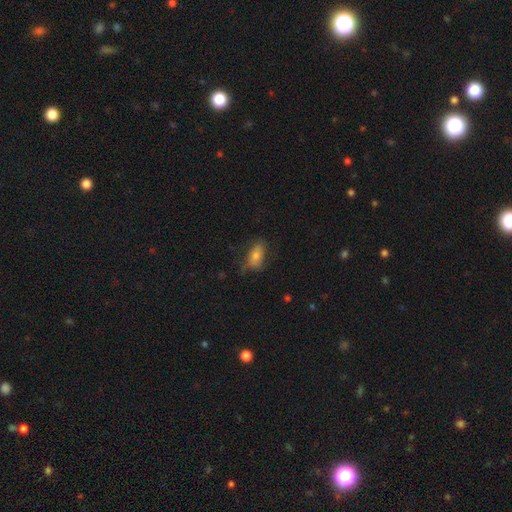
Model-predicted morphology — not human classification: Q: Smooth or featured?
A: smooth (67%); runner-up: featured or disk (23%)
Q: How rounded?
A: in between (83%); runner-up: cigar-shaped (11%)
Q: Merging?
A: none (58%); runner-up: minor disturbance (28%)